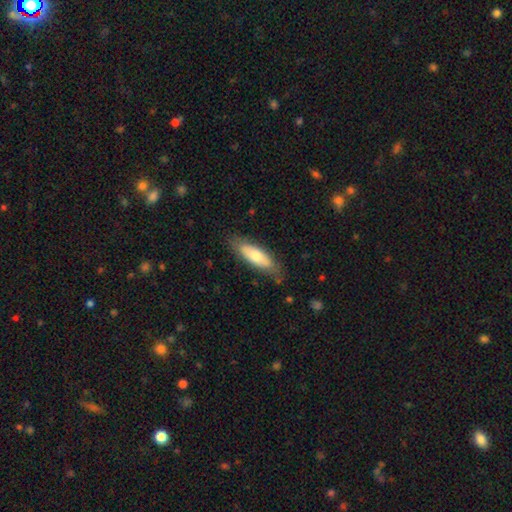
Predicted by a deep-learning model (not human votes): smooth 64%, featured or disk 30%, star or artifact 5%. Down the decision tree: how rounded — in between (56%); merging — none (78%).